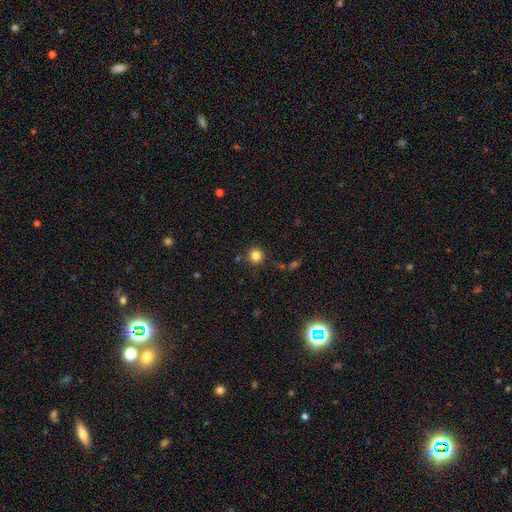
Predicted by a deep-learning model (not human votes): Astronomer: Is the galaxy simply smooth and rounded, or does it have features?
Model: smooth — 82%.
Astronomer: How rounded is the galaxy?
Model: round — 92%.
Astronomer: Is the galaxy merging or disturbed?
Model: none — 83%.